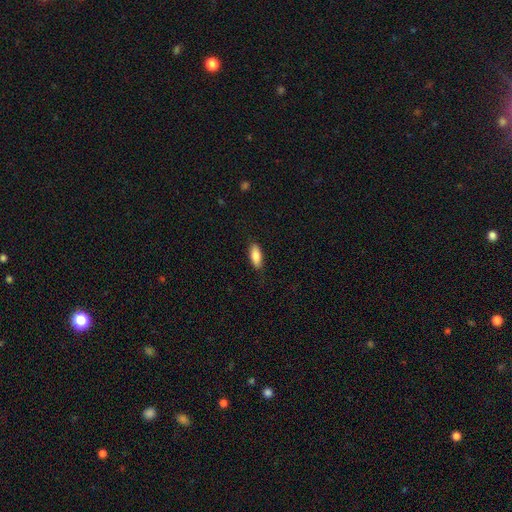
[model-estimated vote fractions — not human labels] Smooth or featured? smooth (86%)
How rounded? in between (77%)
Merging? none (85%)